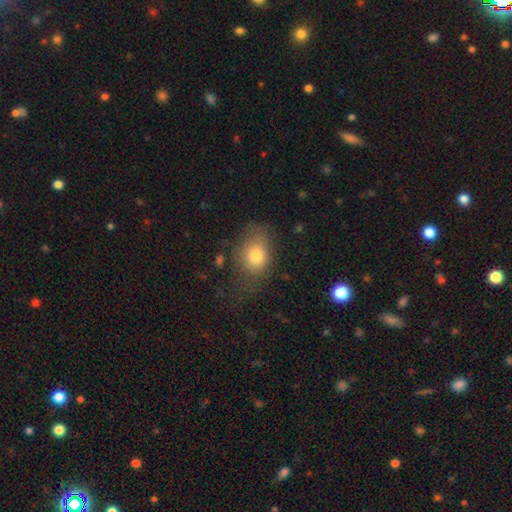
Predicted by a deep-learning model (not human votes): Smooth or featured: smooth — 77% (featured or disk — 13%)
How rounded: in between — 61% (round — 38%)
Merging: none — 50% (minor disturbance — 26%)